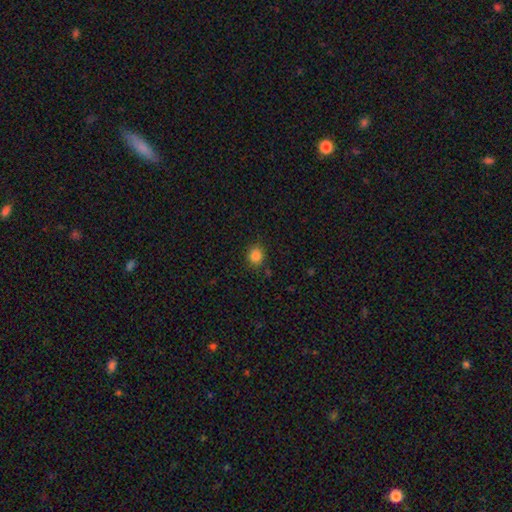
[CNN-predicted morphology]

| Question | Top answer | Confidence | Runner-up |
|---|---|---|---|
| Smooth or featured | smooth | 84% | star or artifact (12%) |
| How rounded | round | 78% | in between (21%) |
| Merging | none | 85% | minor disturbance (10%) |